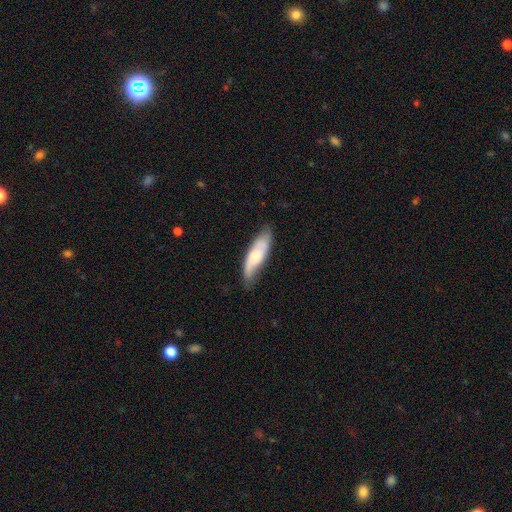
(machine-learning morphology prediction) This is possibly a smooth galaxy (54%). How rounded: possibly cigar-shaped (53%). Merging: likely none (65%).